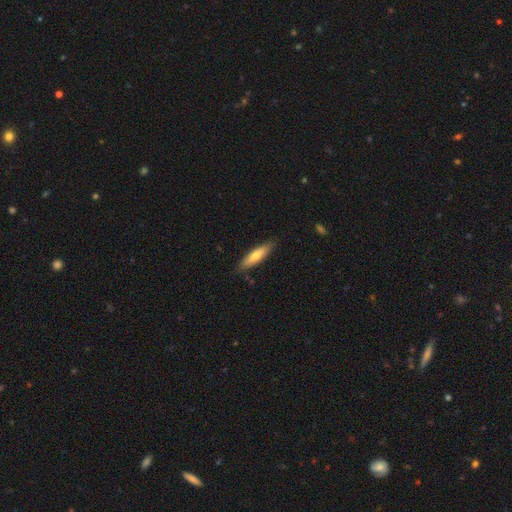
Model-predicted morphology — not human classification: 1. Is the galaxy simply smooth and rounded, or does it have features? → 66% smooth, 29% featured or disk, 6% star or artifact.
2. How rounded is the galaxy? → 68% cigar-shaped, 30% in between, 2% round.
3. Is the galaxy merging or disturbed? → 85% none, 12% minor disturbance, 2% major disturbance, 1% merger.